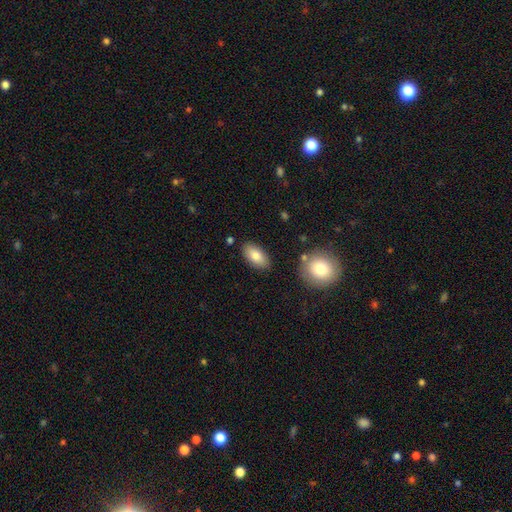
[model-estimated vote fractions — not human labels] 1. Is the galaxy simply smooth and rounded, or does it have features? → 80% smooth, 13% featured or disk, 7% star or artifact.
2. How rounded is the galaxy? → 92% in between, 5% cigar-shaped, 3% round.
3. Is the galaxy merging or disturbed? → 84% none, 10% minor disturbance, 3% merger, 3% major disturbance.